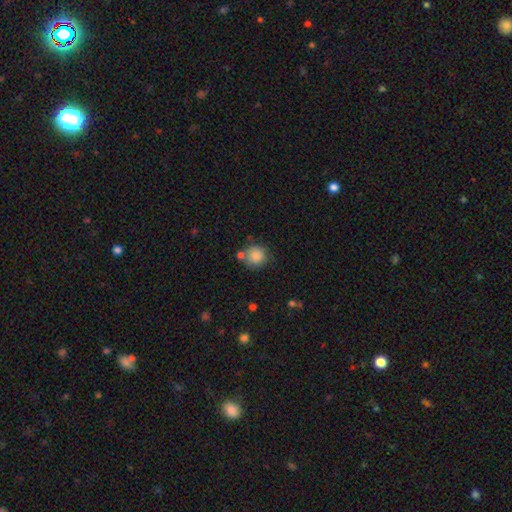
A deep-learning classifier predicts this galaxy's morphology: type=smooth (85%); roundness=round (91%); merging=none (68%).